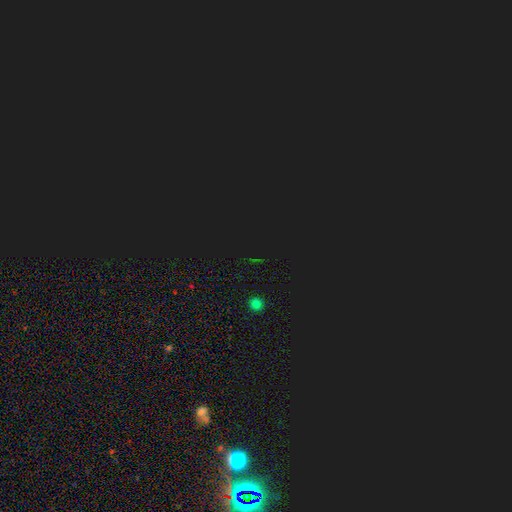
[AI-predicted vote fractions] Smooth or featured: star or artifact — 81% (smooth — 12%)